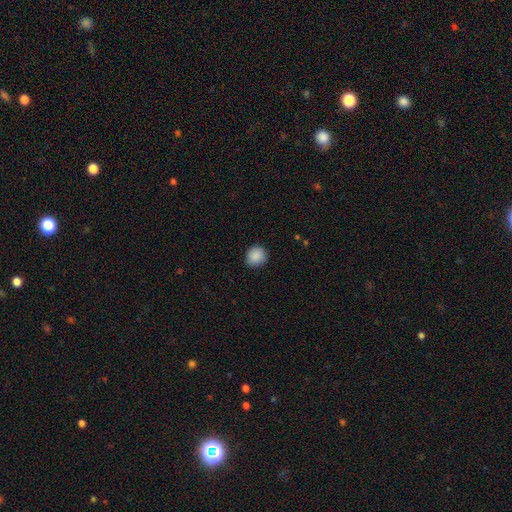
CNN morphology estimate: smooth-or-featured: smooth: 89% | star or artifact: 8% | featured or disk: 3%
  how-rounded: round: 84% | in between: 15% | cigar-shaped: 1%
  merging: none: 85% | minor disturbance: 12% | major disturbance: 2% | merger: 1%